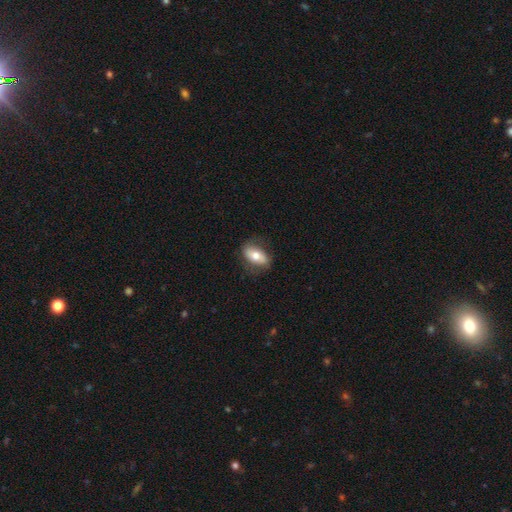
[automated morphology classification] This appears to be a smooth galaxy with no disk features (61%) that is in between round and cigar-shaped (87%). Merging: none (76%).